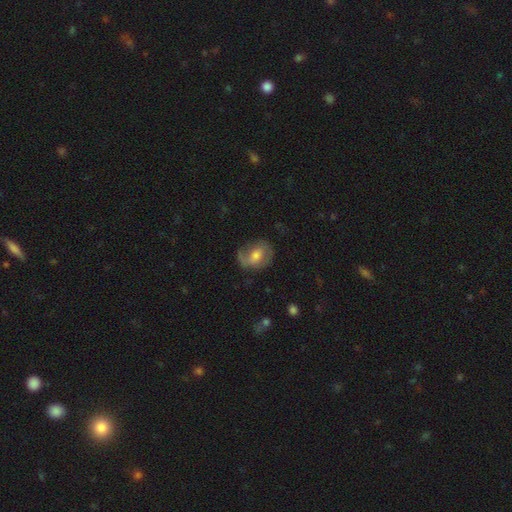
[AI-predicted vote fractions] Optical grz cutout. It shows a featured or disk galaxy (57%) with no bar (44%), spiral arms (79%) and a moderate central bulge (60%). Merging: none (60%).